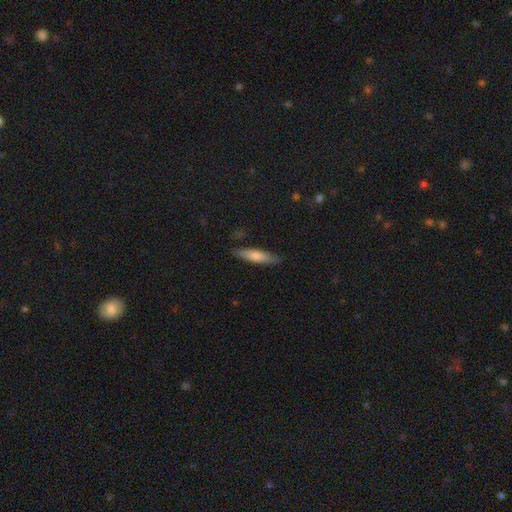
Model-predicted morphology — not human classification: Smooth or featured?
  - smooth: 63% *
  - featured or disk: 30%
  - star or artifact: 7%
How rounded?
  - cigar-shaped: 79% *
  - in between: 20%
  - round: 2%
Merging?
  - none: 86% *
  - minor disturbance: 11%
  - major disturbance: 2%
  - merger: 1%